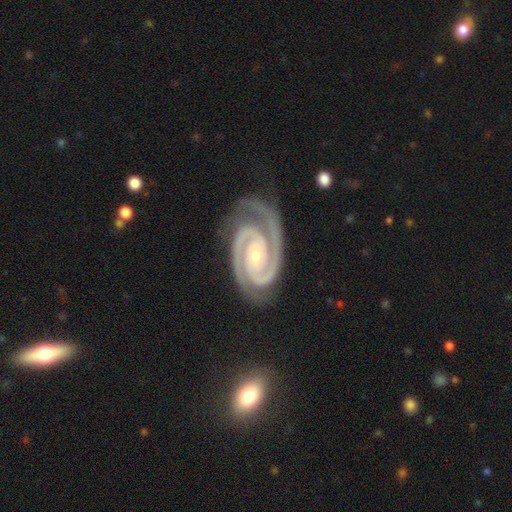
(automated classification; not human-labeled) The model was most divided on "bar": no: 52%, weak: 27%, strong: 22%. More confident: spiral arms — yes (99%); edge-on disk — no (98%); smooth or featured — featured or disk (94%); spiral arm count — 2 (93%); merging — none (77%); spiral winding — tight (75%); bulge size — small (66%).